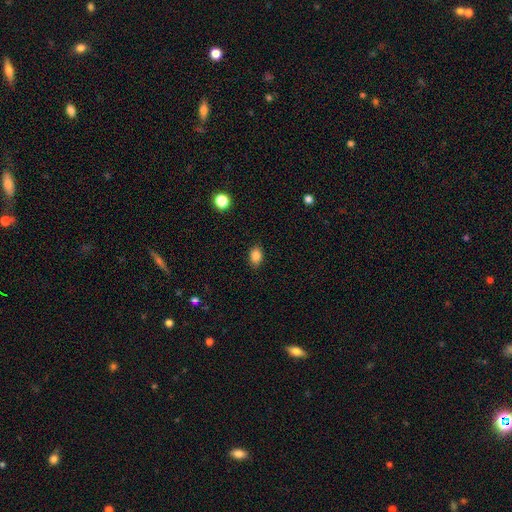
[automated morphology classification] Smooth or featured? Predicted: smooth (p=0.86). How rounded? Predicted: in between (p=0.79). Merging? Predicted: none (p=0.86).